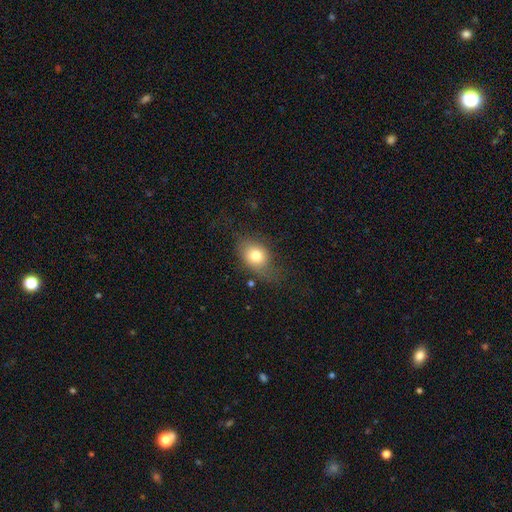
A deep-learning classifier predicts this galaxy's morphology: Smooth or featured? smooth (74%)
How rounded? in between (66%)
Merging? none (54%)